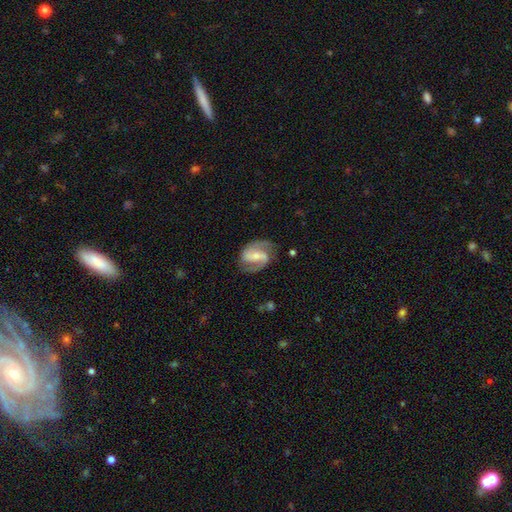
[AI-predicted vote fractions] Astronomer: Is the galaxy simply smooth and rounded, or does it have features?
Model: featured or disk — 87%.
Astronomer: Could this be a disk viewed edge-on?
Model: no — 98%.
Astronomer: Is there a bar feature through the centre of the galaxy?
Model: weak — 41% (runner-up: strong, 33%).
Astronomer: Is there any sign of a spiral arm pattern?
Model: yes — 96%.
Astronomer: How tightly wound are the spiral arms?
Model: medium — 55%.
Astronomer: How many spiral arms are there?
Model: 2 — 91%.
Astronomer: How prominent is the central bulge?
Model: small — 53% (runner-up: moderate, 39%).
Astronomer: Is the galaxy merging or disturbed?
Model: none — 77%.